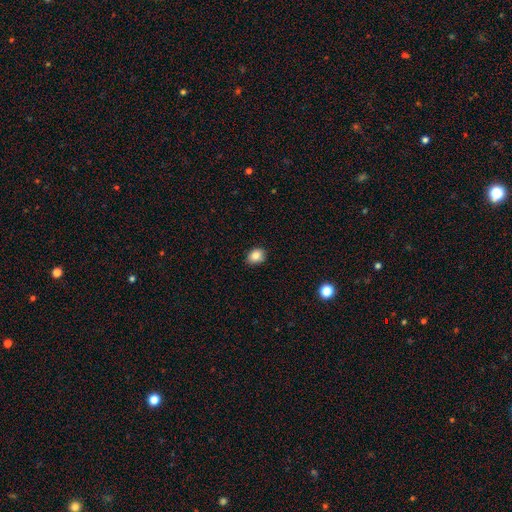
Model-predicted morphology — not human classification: Smooth or featured? Predicted: smooth (p=0.84). How rounded? Predicted: in between (p=0.52). Merging? Predicted: none (p=0.86).